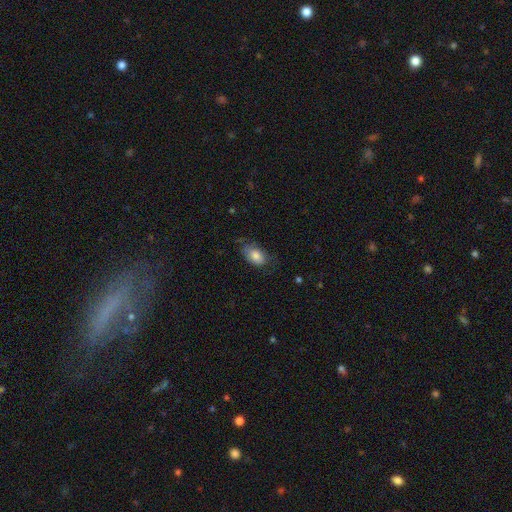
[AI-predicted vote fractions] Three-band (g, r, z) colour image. It shows a smooth galaxy with no disk features (79%) that is in between round and cigar-shaped (91%). Merging: none (57%).